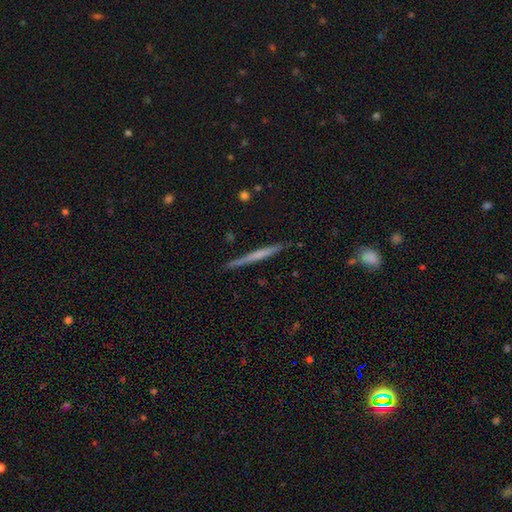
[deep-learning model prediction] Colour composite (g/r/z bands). It shows a featured or disk galaxy (51%) viewed edge-on (97%) with no central bulge (82%). Merging: none (89%).